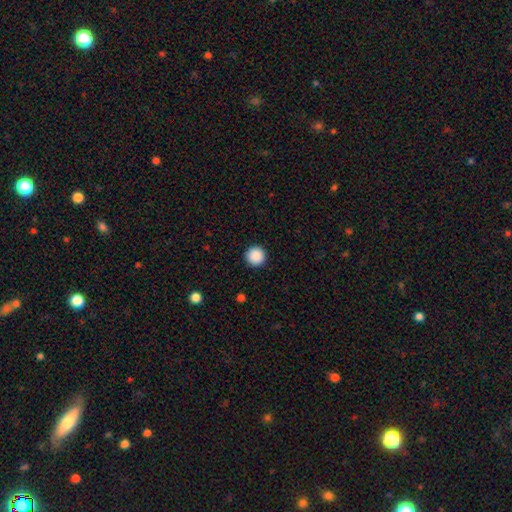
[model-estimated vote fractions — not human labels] Overall: smooth (89%). How rounded: round (97%). Merging: none (93%).